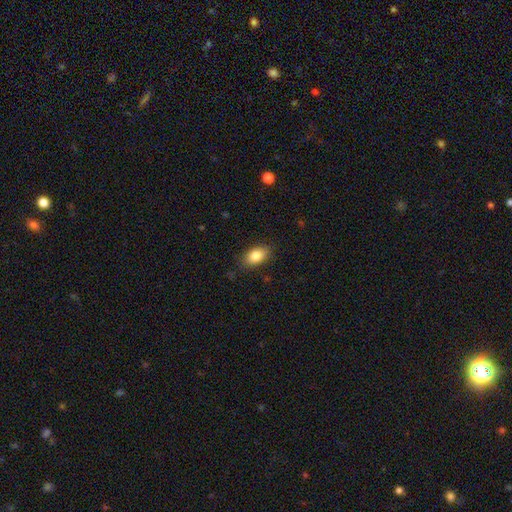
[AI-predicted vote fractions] Smooth or featured?
  - smooth: 84% *
  - featured or disk: 9%
  - star or artifact: 7%
How rounded?
  - in between: 89% *
  - round: 8%
  - cigar-shaped: 3%
Merging?
  - none: 84% *
  - minor disturbance: 13%
  - major disturbance: 3%
  - merger: 1%